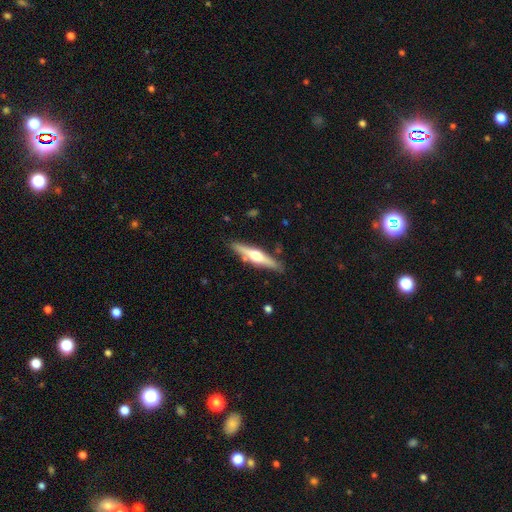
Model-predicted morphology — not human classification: This appears to be a featured or disk galaxy (65%) viewed edge-on (96%) with a rounded central bulge (94%). Merging: none (85%).